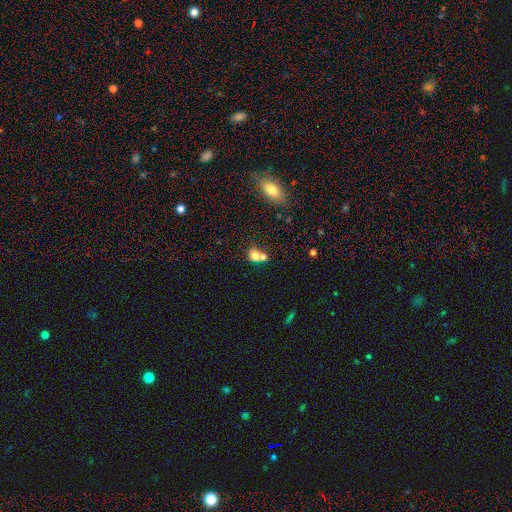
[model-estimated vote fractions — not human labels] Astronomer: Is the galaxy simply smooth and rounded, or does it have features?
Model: smooth — 75%.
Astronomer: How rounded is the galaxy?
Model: round — 58% (runner-up: in between, 41%).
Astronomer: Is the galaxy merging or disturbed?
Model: merger — 56% (runner-up: none, 31%).